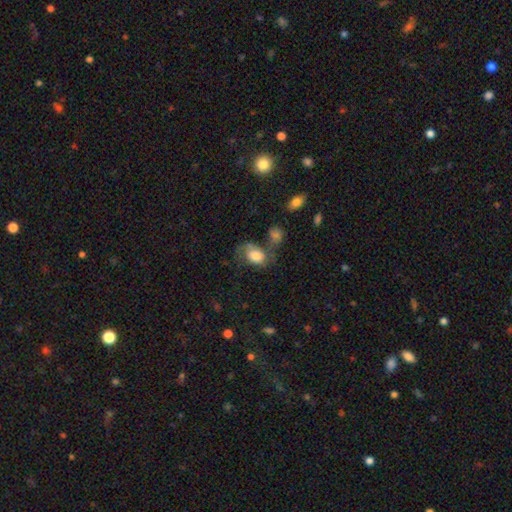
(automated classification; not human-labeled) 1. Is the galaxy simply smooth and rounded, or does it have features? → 67% smooth, 25% featured or disk, 8% star or artifact.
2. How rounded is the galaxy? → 74% in between, 25% round, 1% cigar-shaped.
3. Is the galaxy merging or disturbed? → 29% none, 27% major disturbance, 23% minor disturbance, 21% merger.